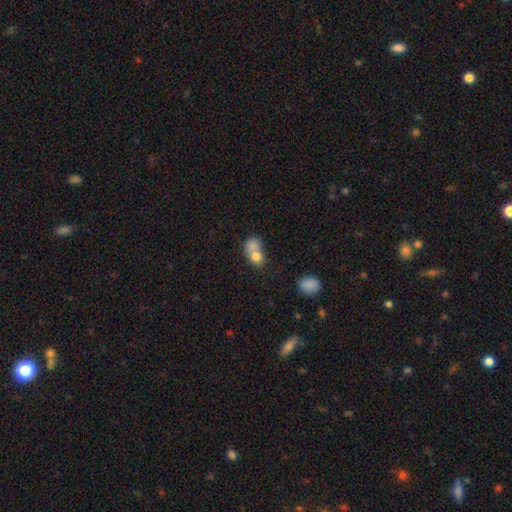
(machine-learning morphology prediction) The model was most divided on "how rounded" (2-way tie): in between: 49%, round: 49%, cigar-shaped: 1%. More confident: smooth or featured — smooth (75%); merging — merger (69%).